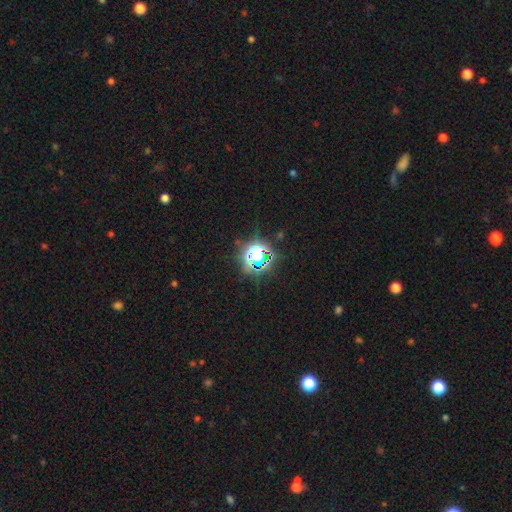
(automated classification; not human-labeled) star or artifact 68%, smooth 22%, featured or disk 10%.